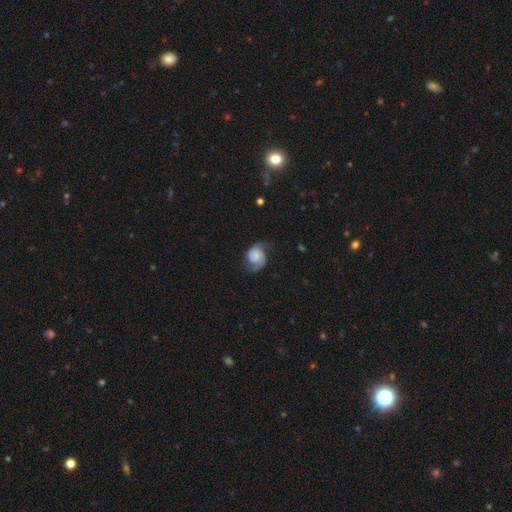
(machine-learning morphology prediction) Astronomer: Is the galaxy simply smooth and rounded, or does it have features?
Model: featured or disk — 74%.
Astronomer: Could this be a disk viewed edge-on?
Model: no — 98%.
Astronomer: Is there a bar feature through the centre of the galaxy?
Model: no — 70%.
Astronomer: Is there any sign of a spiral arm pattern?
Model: yes — 95%.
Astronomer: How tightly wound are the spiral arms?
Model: medium — 44% (runner-up: tight, 29%).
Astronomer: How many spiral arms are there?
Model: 2 — 87%.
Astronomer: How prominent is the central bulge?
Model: small — 50%.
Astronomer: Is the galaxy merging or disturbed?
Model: none — 65%.